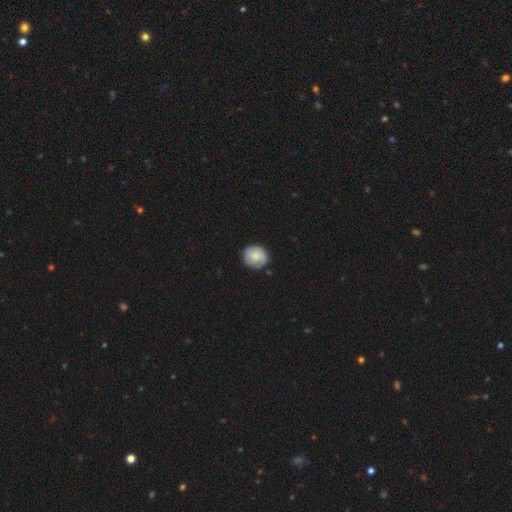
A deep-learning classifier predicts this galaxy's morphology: type=smooth (63%); roundness=round (82%); merging=none (79%).